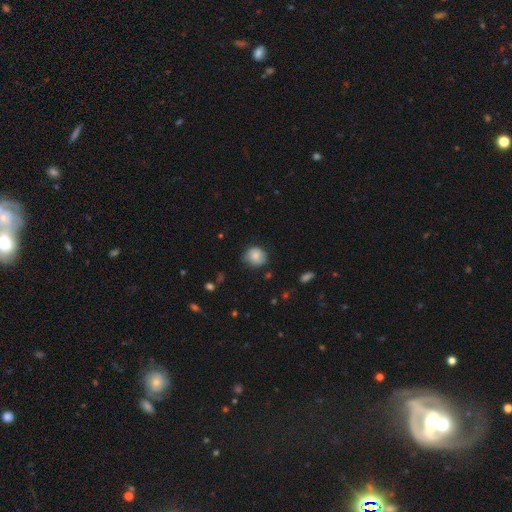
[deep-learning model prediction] A smooth galaxy with no disk features (84%) that is round (82%).

Vote fractions:
- Smooth or featured? smooth: 84% / star or artifact: 8% / featured or disk: 8%
- How rounded? round: 82% / in between: 17% / cigar-shaped: 1%
- Merging? none: 75% / minor disturbance: 20% / major disturbance: 4% / merger: 1%